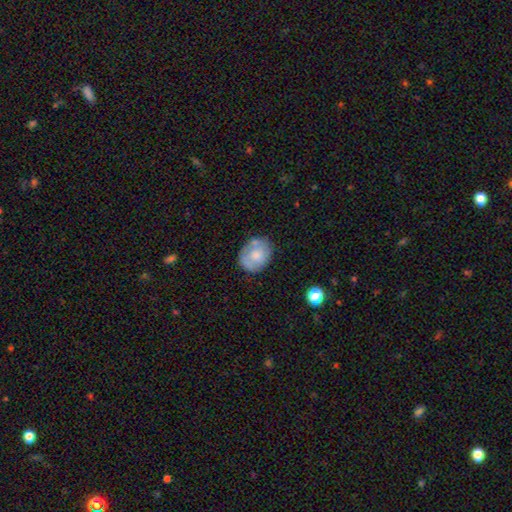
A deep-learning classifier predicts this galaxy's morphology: smooth 64%, featured or disk 29%, star or artifact 7%. Down the decision tree: how rounded — round (51%); merging — none (65%).